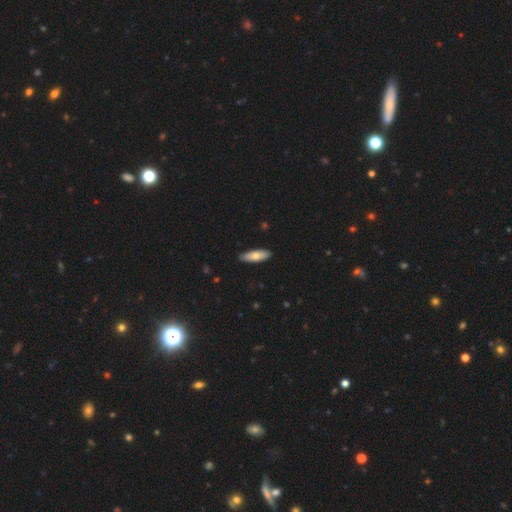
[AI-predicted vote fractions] Q: Smooth or featured?
A: smooth (72%); runner-up: featured or disk (23%)
Q: How rounded?
A: in between (53%); runner-up: cigar-shaped (45%)
Q: Merging?
A: none (88%); runner-up: minor disturbance (9%)